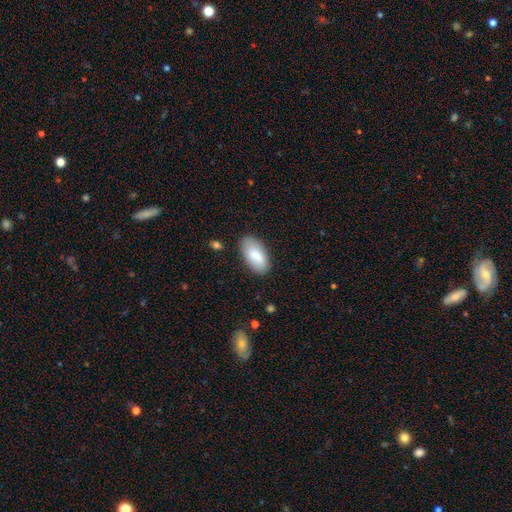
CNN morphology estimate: This is clearly a smooth galaxy (80%). How rounded: clearly in between (94%). Merging: clearly none (84%).